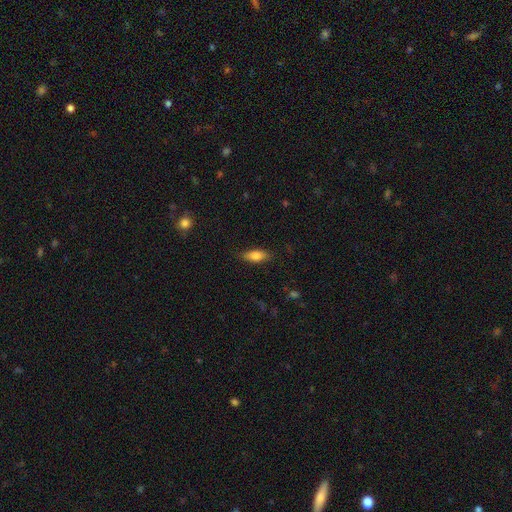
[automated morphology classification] Smooth or featured? Predicted: smooth (p=0.80). How rounded? Predicted: in between (p=0.77). Merging? Predicted: none (p=0.84).